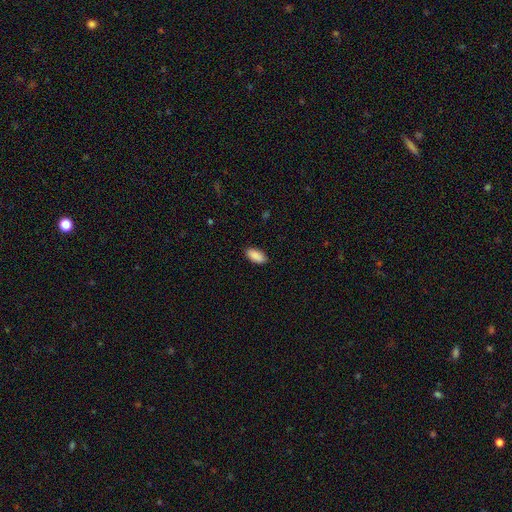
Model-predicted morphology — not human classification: A smooth galaxy with no disk features (91%) that is in between round and cigar-shaped (92%).

Vote fractions:
- Smooth or featured? smooth: 91% / star or artifact: 6% / featured or disk: 3%
- How rounded? in between: 92% / cigar-shaped: 6% / round: 2%
- Merging? none: 89% / minor disturbance: 8% / major disturbance: 2% / merger: 1%